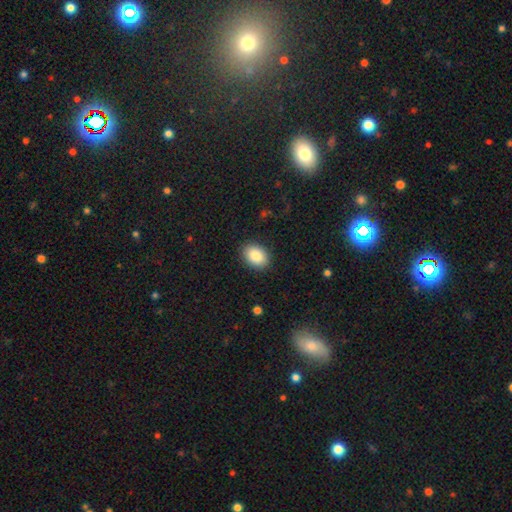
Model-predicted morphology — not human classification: Smooth or featured? Predicted: smooth (p=0.86). How rounded? Predicted: in between (p=0.77). Merging? Predicted: none (p=0.89).